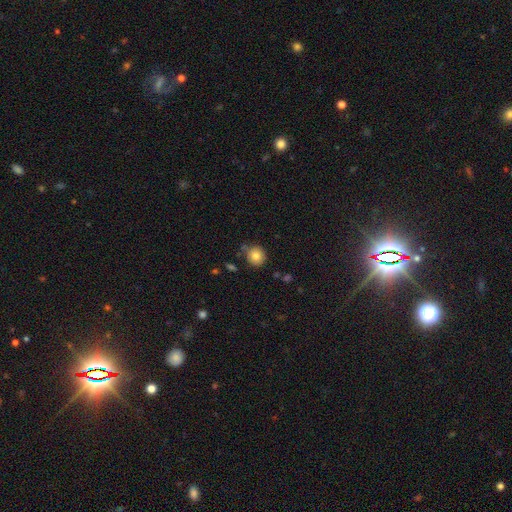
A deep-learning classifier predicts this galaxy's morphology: Overall: smooth (82%). How rounded: round (88%). Merging: none (78%).